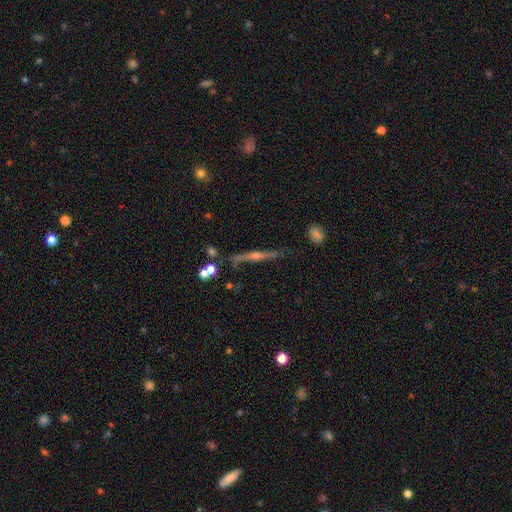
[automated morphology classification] This is likely a featured or disk galaxy (74%). It is clearly viewed edge-on (96%). Edge-on bulge: clearly rounded (84%). Merging: likely none (78%).